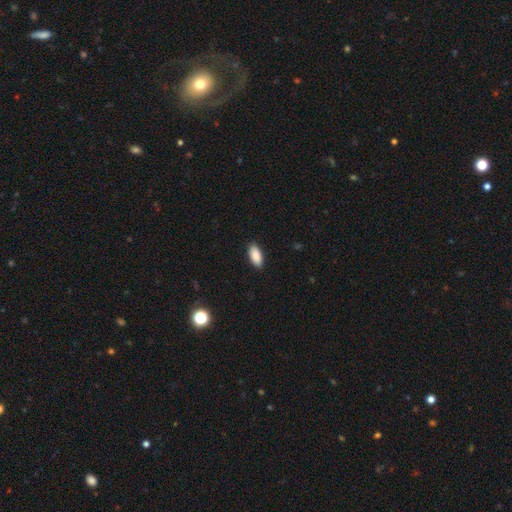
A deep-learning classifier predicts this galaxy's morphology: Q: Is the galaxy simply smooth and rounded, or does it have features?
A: smooth — 89%.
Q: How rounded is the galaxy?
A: in between — 91%.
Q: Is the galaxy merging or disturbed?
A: none — 89%.